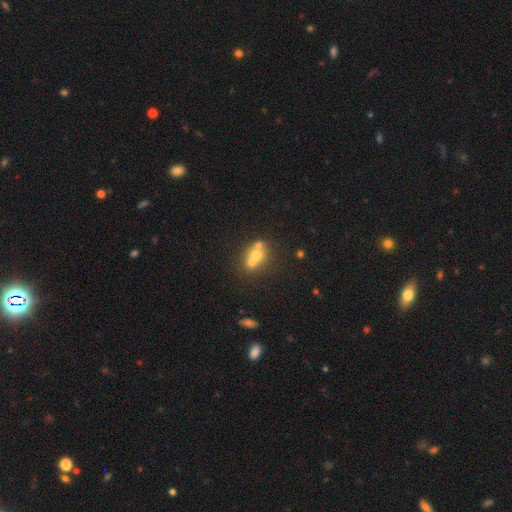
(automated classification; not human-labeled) Smooth or featured? smooth (55%)
How rounded? round (73%)
Merging? merger (58%)